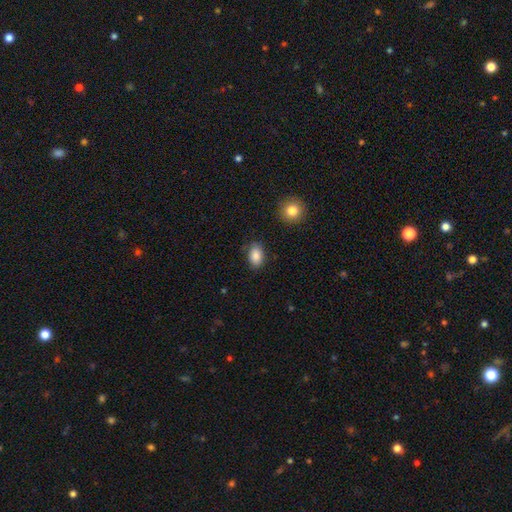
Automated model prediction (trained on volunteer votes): Overall: smooth (87%). How rounded: in between (87%). Merging: none (81%).